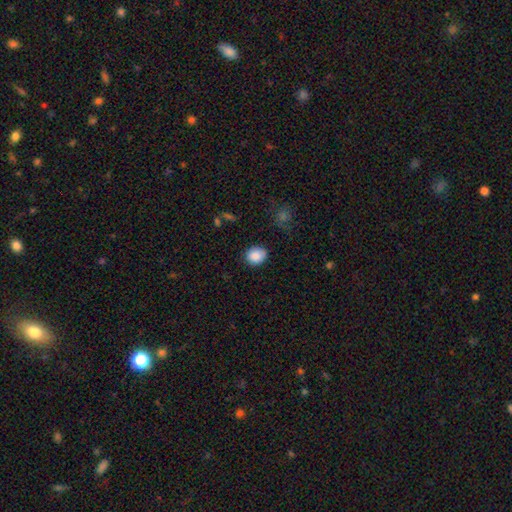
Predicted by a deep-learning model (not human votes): Overall: smooth (87%). How rounded: round (67%; in between 32%). Merging: none (84%).